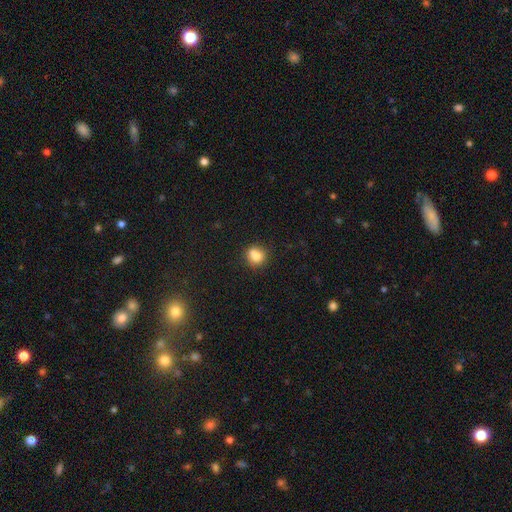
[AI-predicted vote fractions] Smooth or featured?
  - smooth: 80% *
  - star or artifact: 11%
  - featured or disk: 9%
How rounded?
  - round: 77% *
  - in between: 22%
  - cigar-shaped: 1%
Merging?
  - none: 65% *
  - minor disturbance: 16%
  - merger: 15%
  - major disturbance: 4%